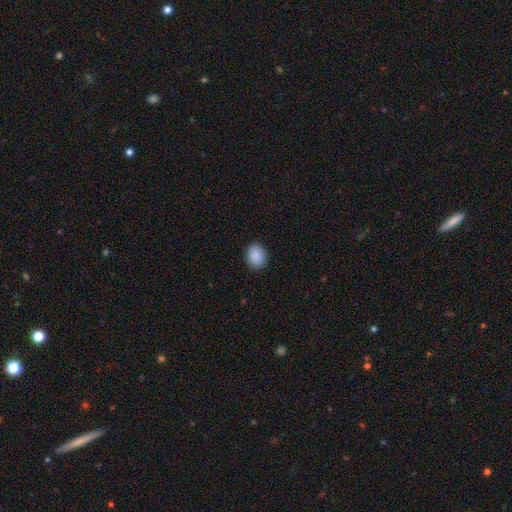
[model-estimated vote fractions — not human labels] A smooth galaxy with no disk features (90%) that is round (53%).

Vote fractions:
- Smooth or featured? smooth: 90% / star or artifact: 8% / featured or disk: 3%
- How rounded? round: 53% / in between: 46% / cigar-shaped: 1%
- Merging? none: 88% / minor disturbance: 9% / major disturbance: 2% / merger: 1%